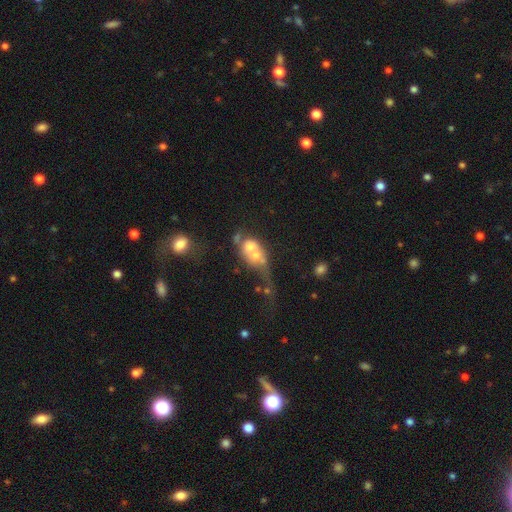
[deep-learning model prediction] Smooth or featured: smooth — 52% (featured or disk — 36%)
How rounded: in between — 51% (round — 45%)
Merging: merger — 67% (major disturbance — 14%)